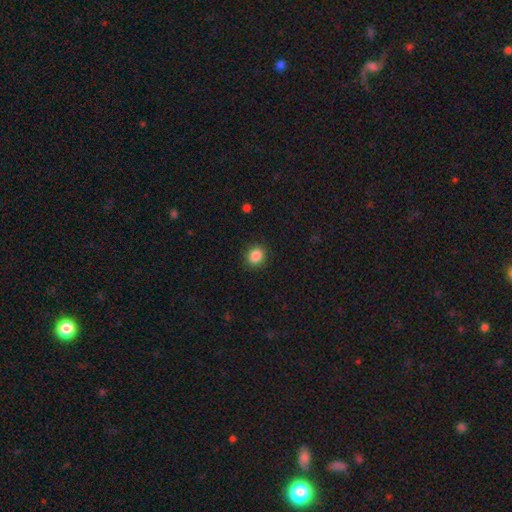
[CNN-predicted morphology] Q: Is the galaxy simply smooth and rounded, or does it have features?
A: smooth — 87%.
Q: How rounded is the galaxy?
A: round — 62%.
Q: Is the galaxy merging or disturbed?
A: none — 90%.